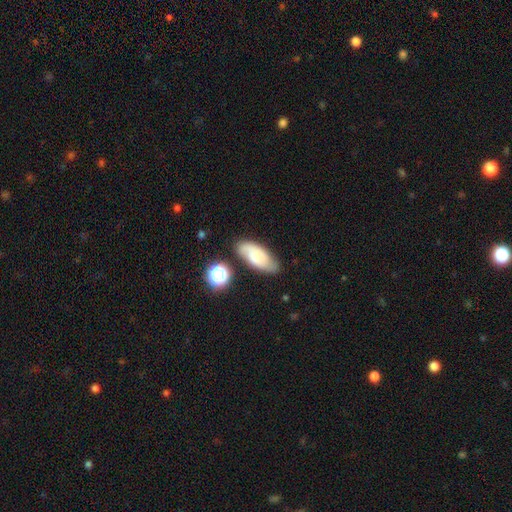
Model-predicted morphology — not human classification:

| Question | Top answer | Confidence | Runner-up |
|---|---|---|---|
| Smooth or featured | smooth | 56% | featured or disk (34%) |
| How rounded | in between | 84% | cigar-shaped (12%) |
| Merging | none | 67% | minor disturbance (21%) |